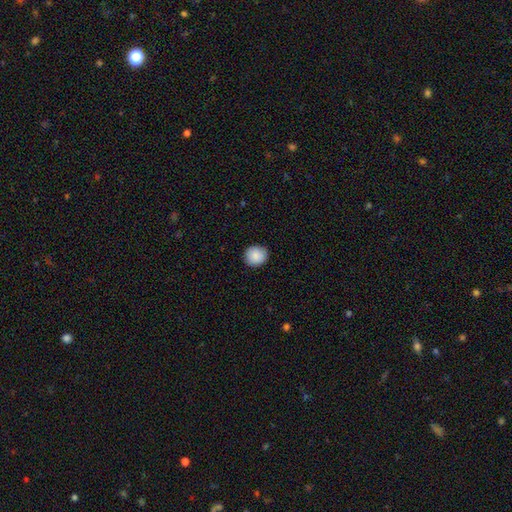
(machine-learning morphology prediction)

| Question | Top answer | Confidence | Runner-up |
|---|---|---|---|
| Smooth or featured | smooth | 89% | star or artifact (7%) |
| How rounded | round | 85% | in between (14%) |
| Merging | none | 90% | minor disturbance (7%) |